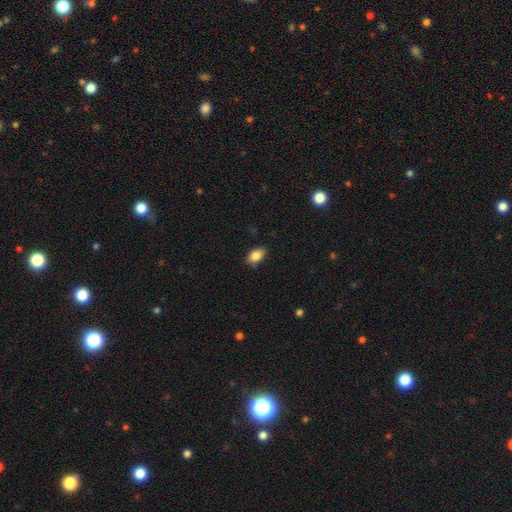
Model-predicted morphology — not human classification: This is clearly a smooth galaxy (85%). How rounded: clearly in between (88%). Merging: clearly none (85%).